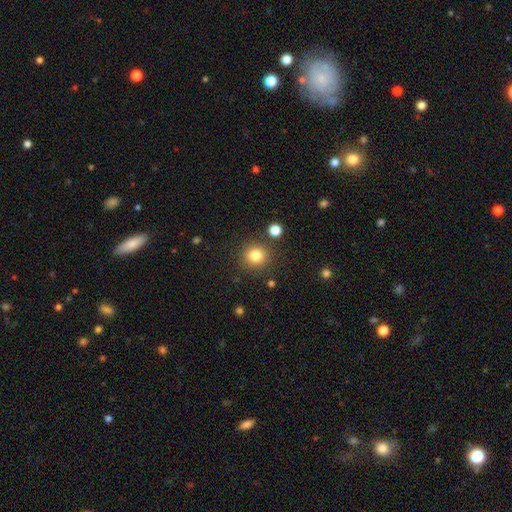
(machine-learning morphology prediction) A smooth galaxy with no disk features (82%) that is round (92%).

Vote fractions:
- Smooth or featured? smooth: 82% / star or artifact: 12% / featured or disk: 6%
- How rounded? round: 92% / in between: 7% / cigar-shaped: 1%
- Merging? none: 85% / minor disturbance: 7% / merger: 4% / major disturbance: 3%